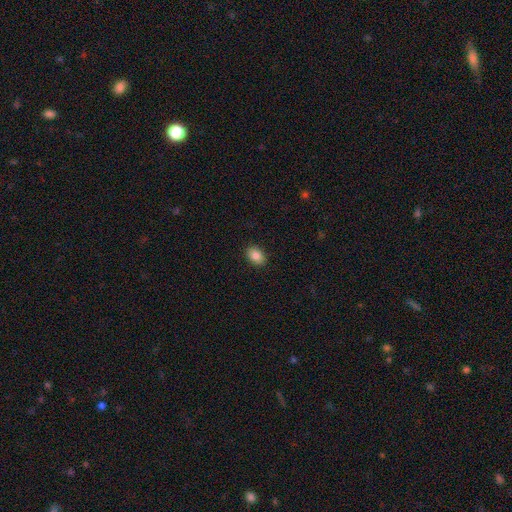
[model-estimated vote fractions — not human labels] Smooth or featured? Predicted: smooth (p=0.86). How rounded? Predicted: in between (p=0.77). Merging? Predicted: none (p=0.90).